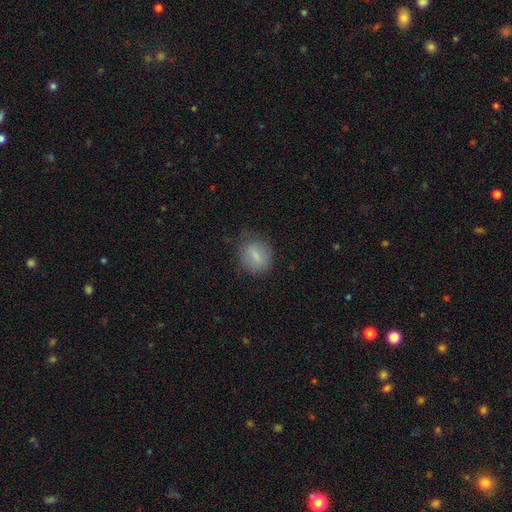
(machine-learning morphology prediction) type=smooth (74%); roundness=round (55%); merging=none (75%).